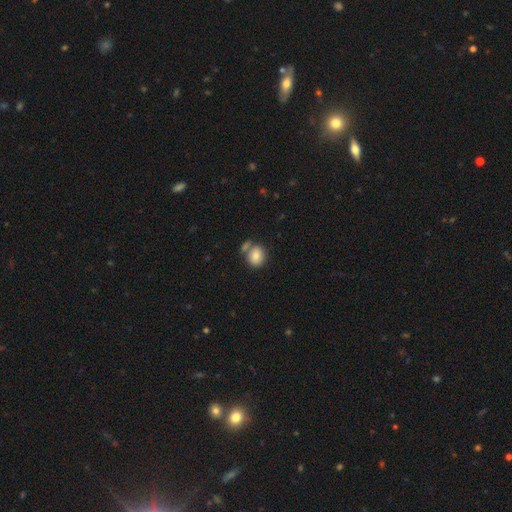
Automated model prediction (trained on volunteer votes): A smooth galaxy with no disk features (81%) that is round (64%).

Vote fractions:
- Smooth or featured? smooth: 81% / featured or disk: 10% / star or artifact: 8%
- How rounded? round: 64% / in between: 35% / cigar-shaped: 1%
- Merging? none: 56% / merger: 27% / minor disturbance: 13% / major disturbance: 4%